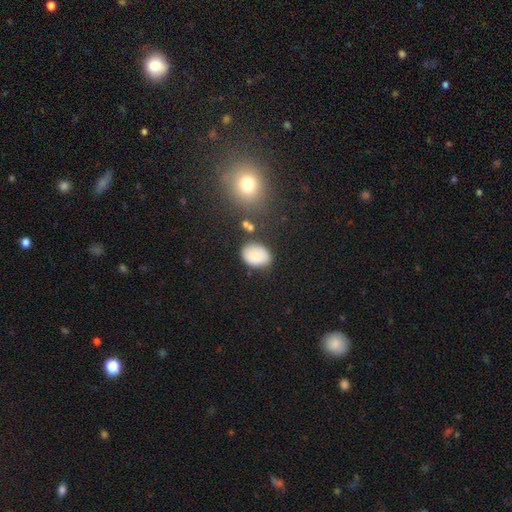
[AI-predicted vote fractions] smooth 83%, featured or disk 9%, star or artifact 9%. Down the decision tree: how rounded — in between (76%); merging — none (72%).